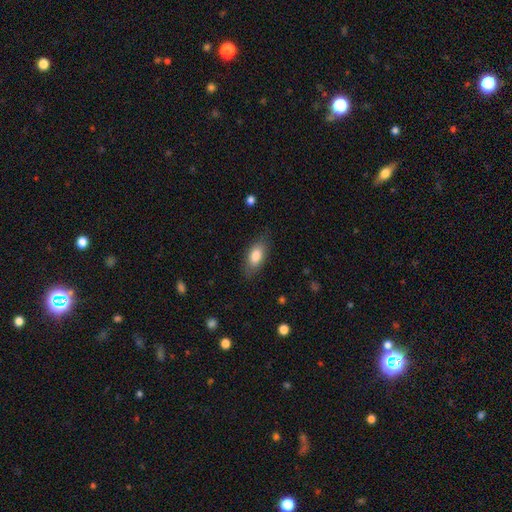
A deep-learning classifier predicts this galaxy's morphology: smooth-or-featured: smooth: 81% | featured or disk: 13% | star or artifact: 6%
  how-rounded: in between: 87% | cigar-shaped: 9% | round: 4%
  merging: none: 80% | minor disturbance: 15% | major disturbance: 4% | merger: 1%